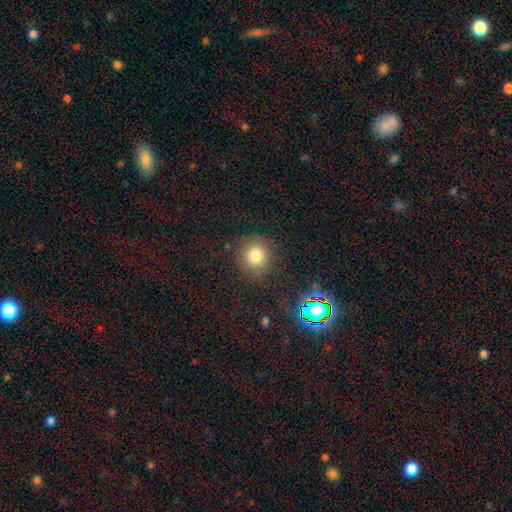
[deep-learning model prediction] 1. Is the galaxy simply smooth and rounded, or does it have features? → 78% smooth, 14% star or artifact, 8% featured or disk.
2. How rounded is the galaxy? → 90% round, 9% in between, 1% cigar-shaped.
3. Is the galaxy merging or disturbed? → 85% none, 10% minor disturbance, 4% major disturbance, 2% merger.